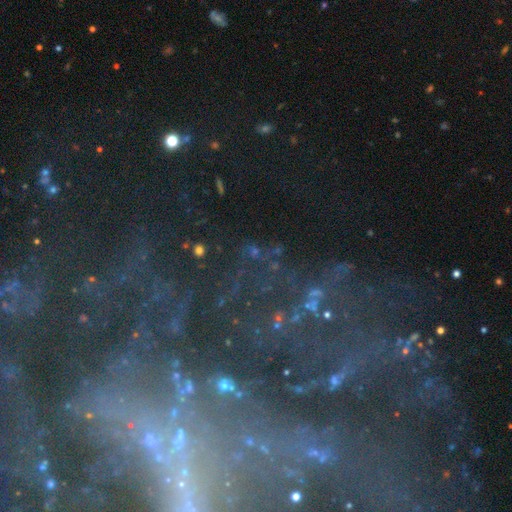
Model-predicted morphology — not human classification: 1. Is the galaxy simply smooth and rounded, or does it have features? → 53% star or artifact, 34% featured or disk, 12% smooth.